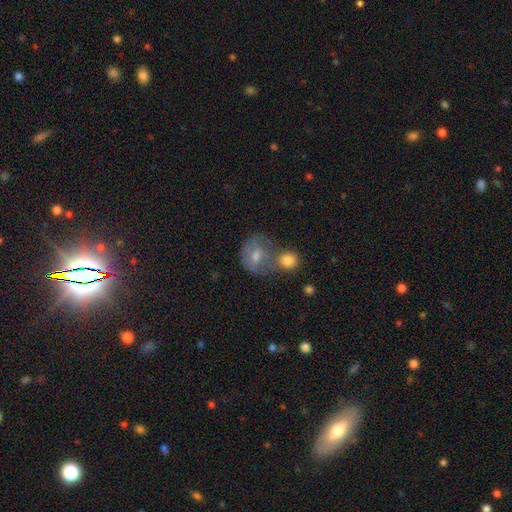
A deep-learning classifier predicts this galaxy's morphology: Q: Smooth or featured?
A: smooth (56%); runner-up: featured or disk (34%)
Q: How rounded?
A: round (53%); runner-up: in between (45%)
Q: Merging?
A: merger (43%); runner-up: none (32%)